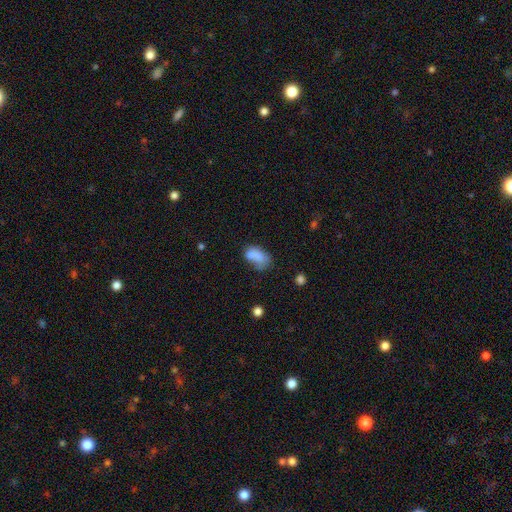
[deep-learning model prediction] Smooth or featured? Predicted: smooth (p=0.77). How rounded? Predicted: in between (p=0.90). Merging? Predicted: none (p=0.37).